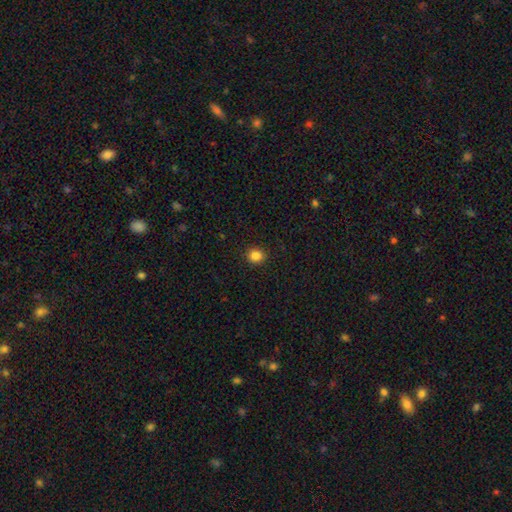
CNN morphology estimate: This is clearly a smooth galaxy (85%). How rounded: clearly round (85%). Merging: clearly none (91%).